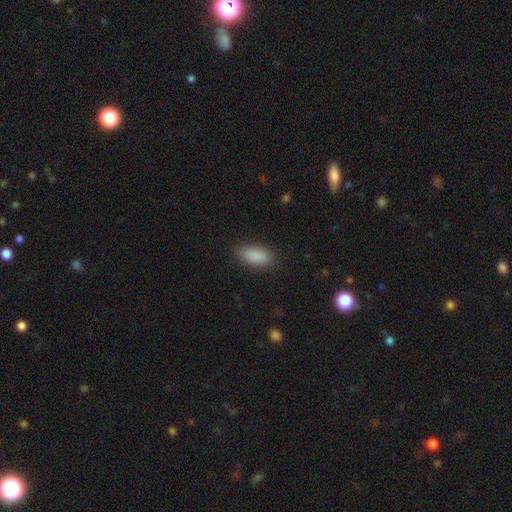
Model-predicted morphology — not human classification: This appears to be a smooth galaxy with no disk features (89%) that is in between round and cigar-shaped (90%). Merging: none (87%).